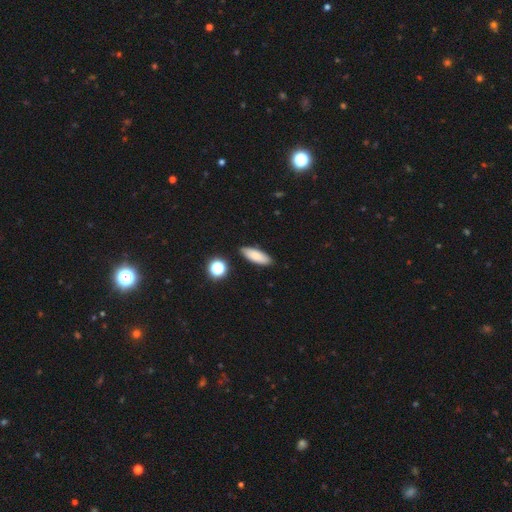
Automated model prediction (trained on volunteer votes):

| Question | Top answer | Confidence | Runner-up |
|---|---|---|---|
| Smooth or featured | smooth | 82% | featured or disk (9%) |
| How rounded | in between | 64% | cigar-shaped (33%) |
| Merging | none | 87% | minor disturbance (9%) |